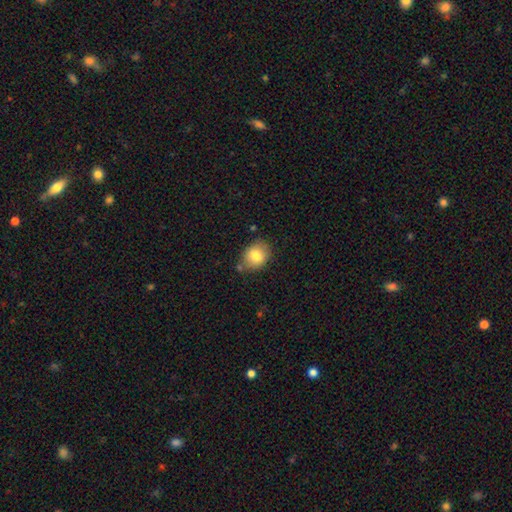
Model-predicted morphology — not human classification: A smooth galaxy with no disk features (81%) that is round (52%). Merging: none (71%).